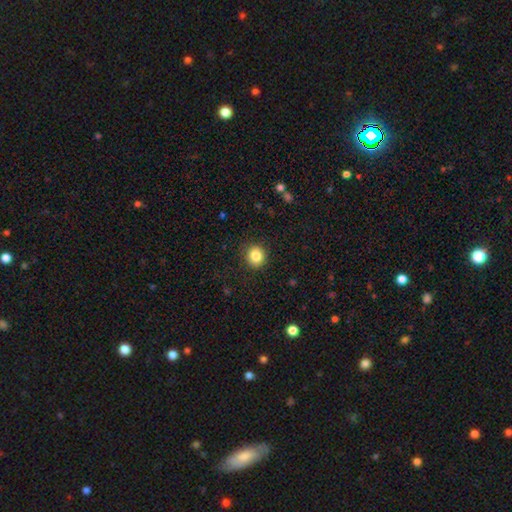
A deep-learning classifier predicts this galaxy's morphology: Smooth or featured: smooth — 84% (star or artifact — 10%)
How rounded: round — 84% (in between — 15%)
Merging: none — 90% (minor disturbance — 7%)